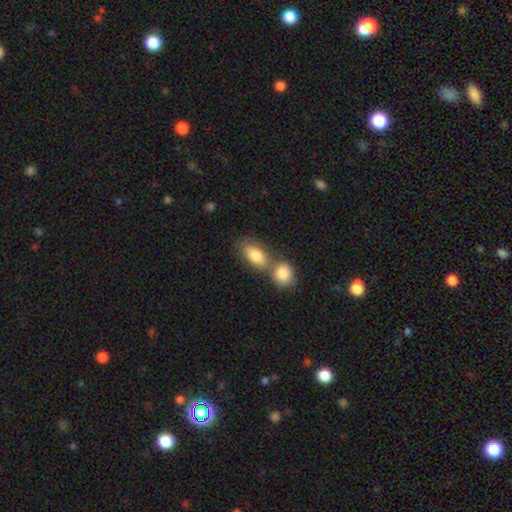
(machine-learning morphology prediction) Smooth or featured: smooth — 82% (featured or disk — 11%)
How rounded: in between — 87% (round — 8%)
Merging: merger — 48% (none — 39%)